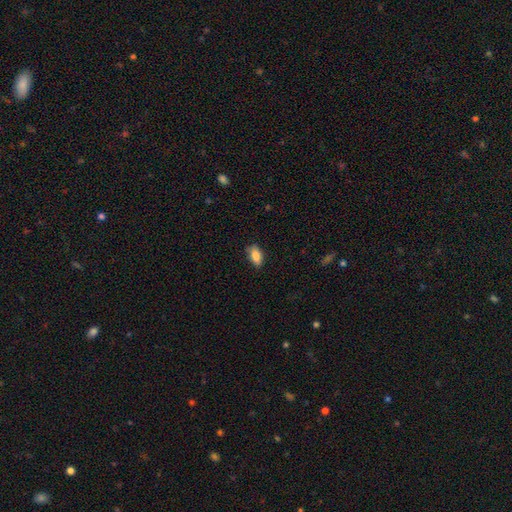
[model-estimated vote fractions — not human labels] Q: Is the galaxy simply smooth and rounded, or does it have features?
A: smooth — 85%.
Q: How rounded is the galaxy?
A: in between — 90%.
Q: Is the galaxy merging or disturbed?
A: none — 79%.